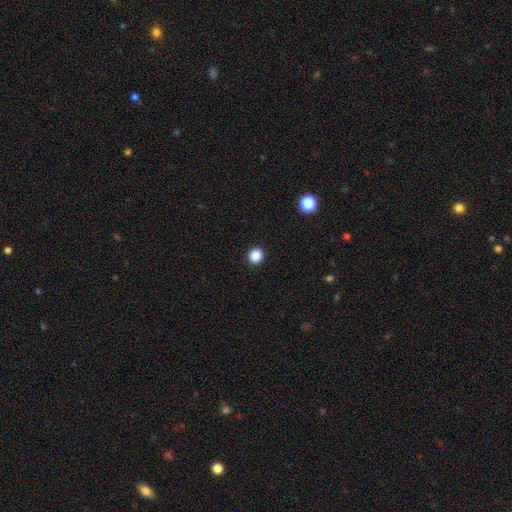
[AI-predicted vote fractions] Smooth or featured: smooth — 87% (star or artifact — 10%)
How rounded: round — 93% (in between — 6%)
Merging: none — 93% (minor disturbance — 4%)